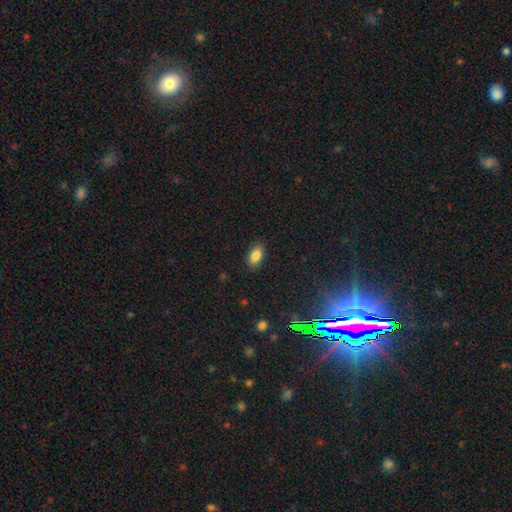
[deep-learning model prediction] A smooth galaxy with no disk features (85%) that is in between round and cigar-shaped (91%).

Vote fractions:
- Smooth or featured? smooth: 85% / star or artifact: 8% / featured or disk: 7%
- How rounded? in between: 91% / round: 6% / cigar-shaped: 3%
- Merging? none: 88% / minor disturbance: 9% / major disturbance: 2% / merger: 1%